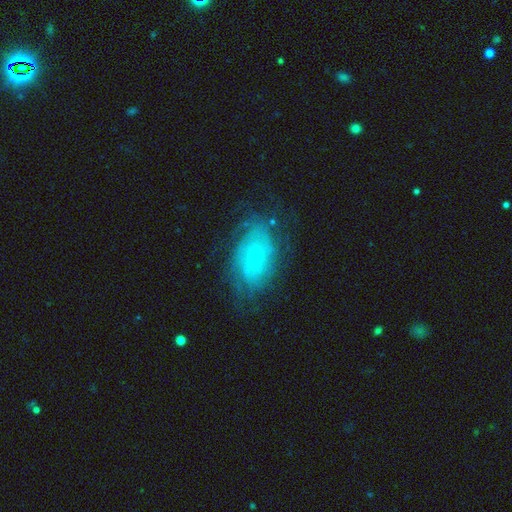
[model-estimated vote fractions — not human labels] smooth-or-featured: featured or disk: 64% | smooth: 26% | star or artifact: 10%
  disk-edge-on: no: 95% | yes: 5%
    bar: no: 79% | weak: 18% | strong: 3%
    has-spiral-arms: yes: 84% | no: 16%
      spiral-winding: tight: 64% | medium: 26% | loose: 10%
      spiral-arm-count: can't tell: 58% | 2: 15% | 3: 9% | 4: 8% | more than 4: 6% | 1: 5%
    bulge-size: small: 79% | moderate: 14% | none: 4% | large: 2% | dominant: 1%
  merging: none: 71% | minor disturbance: 19% | major disturbance: 8% | merger: 1%